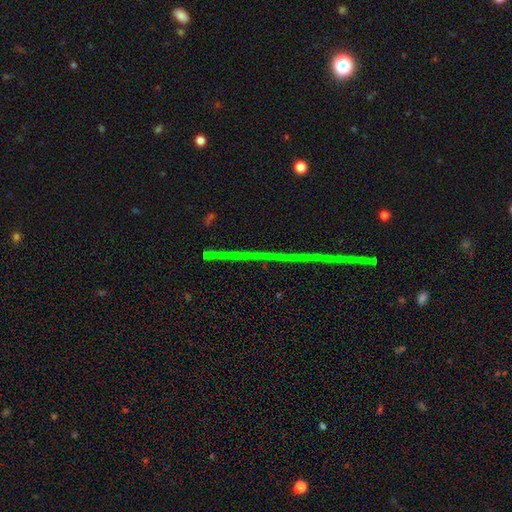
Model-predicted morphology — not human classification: star or artifact 75%, featured or disk 15%, smooth 9%.